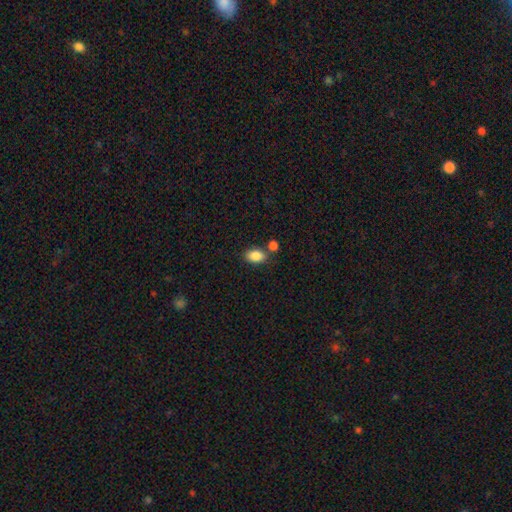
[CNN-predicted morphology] This is clearly a smooth galaxy (87%). How rounded: clearly in between (87%). Merging: likely none (68%).